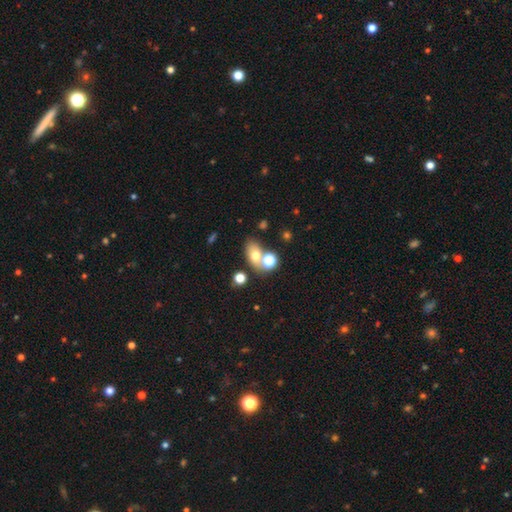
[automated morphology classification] Smooth or featured? Predicted: smooth (p=0.67). How rounded? Predicted: in between (p=0.74). Merging? Predicted: none (p=0.51).